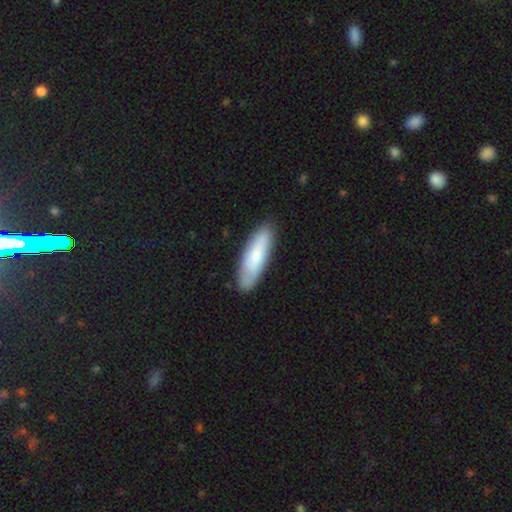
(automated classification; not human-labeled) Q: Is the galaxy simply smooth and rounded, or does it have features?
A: smooth — 75%.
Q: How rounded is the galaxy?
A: cigar-shaped — 56%.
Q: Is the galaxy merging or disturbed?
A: none — 86%.